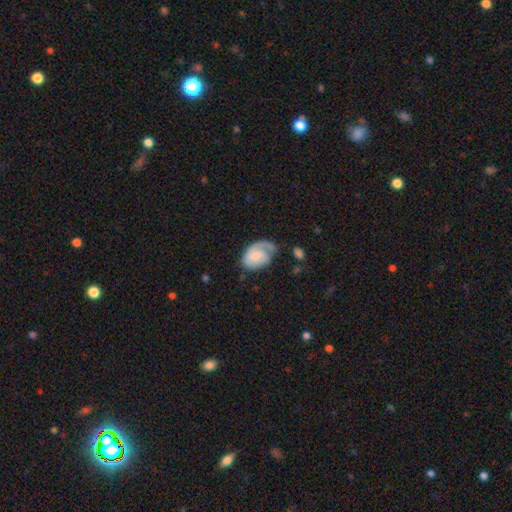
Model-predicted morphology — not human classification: type=featured or disk (60%); edge-on=no (97%); bar=no (67%); spiral arms=yes (88%); winding=tight (44%); arm count=1 (73%); bulge=small (38%); merging=none (42%).